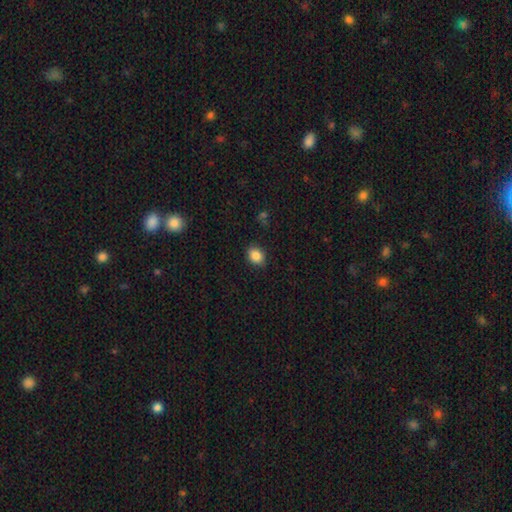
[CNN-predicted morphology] Smooth or featured: smooth — 86% (star or artifact — 9%)
How rounded: in between — 60% (round — 39%)
Merging: none — 87% (minor disturbance — 10%)